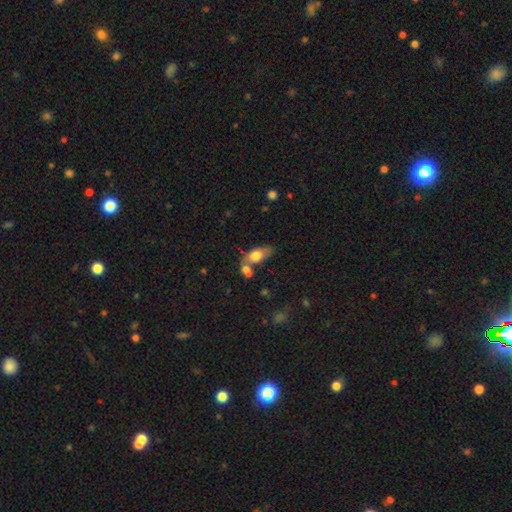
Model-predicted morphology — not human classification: type=smooth (73%); roundness=in between (85%); merging=none (42%).